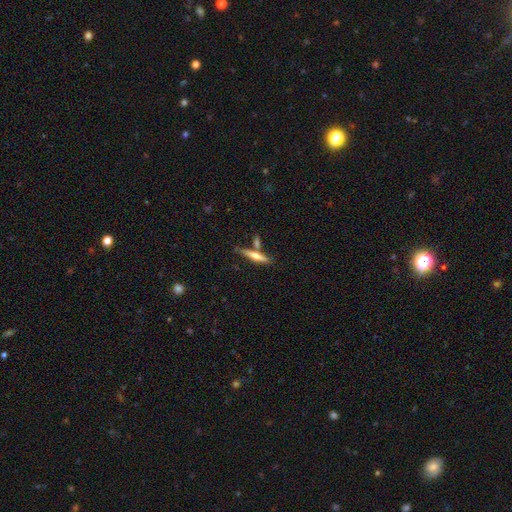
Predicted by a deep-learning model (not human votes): The model was most divided on "smooth or featured": smooth: 49%, featured or disk: 45%, star or artifact: 6%. More confident: merging — none (69%).